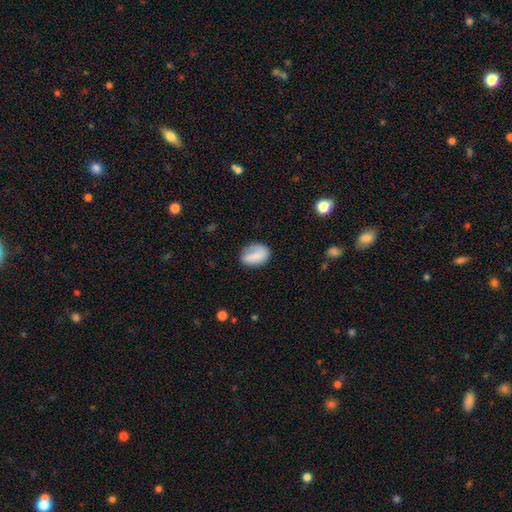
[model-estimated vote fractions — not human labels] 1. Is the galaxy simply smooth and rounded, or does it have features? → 73% smooth, 20% featured or disk, 8% star or artifact.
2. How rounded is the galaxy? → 79% in between, 19% round, 2% cigar-shaped.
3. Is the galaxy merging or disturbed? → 67% none, 22% minor disturbance, 9% major disturbance, 2% merger.